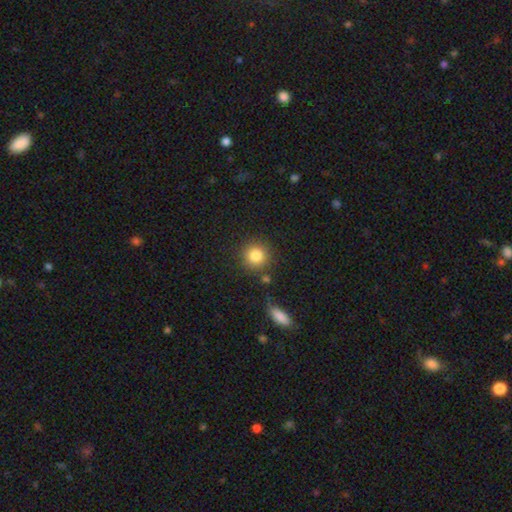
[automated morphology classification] Smooth or featured? Predicted: smooth (p=0.84). How rounded? Predicted: round (p=0.92). Merging? Predicted: none (p=0.83).